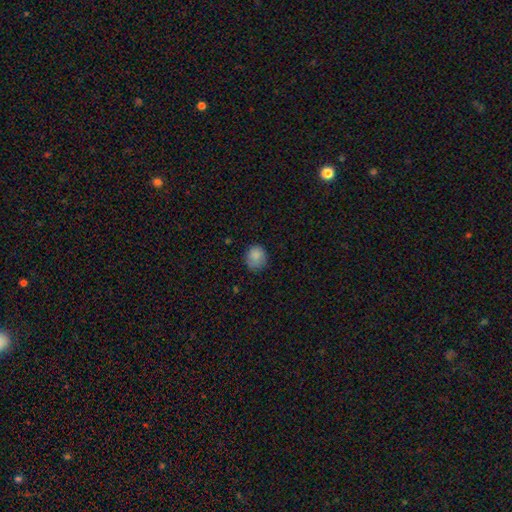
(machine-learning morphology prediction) Smooth or featured? smooth (86%)
How rounded? round (73%)
Merging? none (75%)